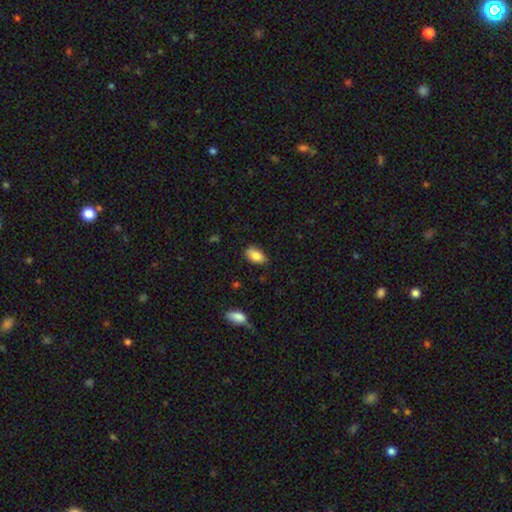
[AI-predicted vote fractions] A smooth galaxy with no disk features (86%) that is in between round and cigar-shaped (91%). Merging: none (80%).